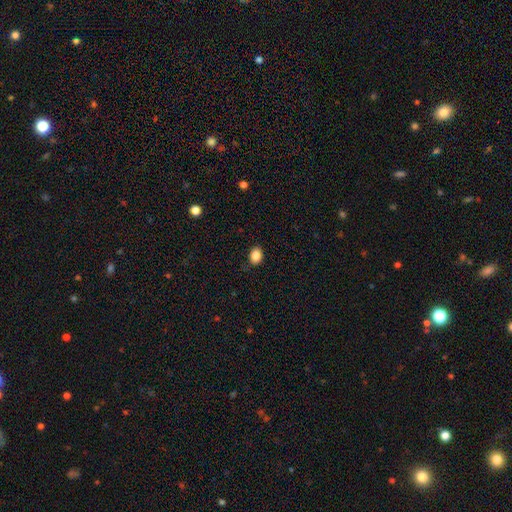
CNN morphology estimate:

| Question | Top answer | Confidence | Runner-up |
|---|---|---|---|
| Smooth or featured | smooth | 87% | star or artifact (9%) |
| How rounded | in between | 61% | round (38%) |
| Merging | none | 84% | minor disturbance (12%) |